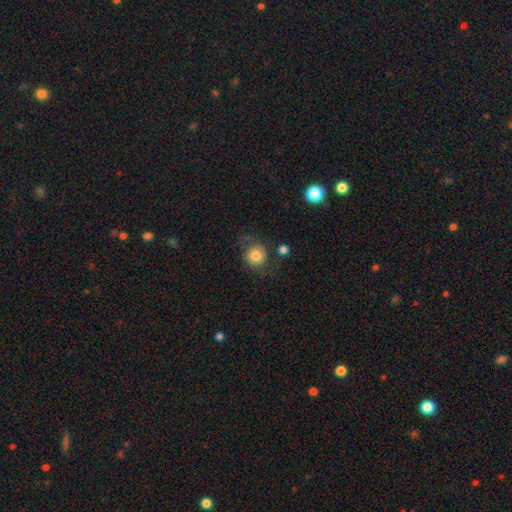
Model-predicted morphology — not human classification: Smooth or featured? Predicted: smooth (p=0.73). How rounded? Predicted: round (p=0.88). Merging? Predicted: none (p=0.63).